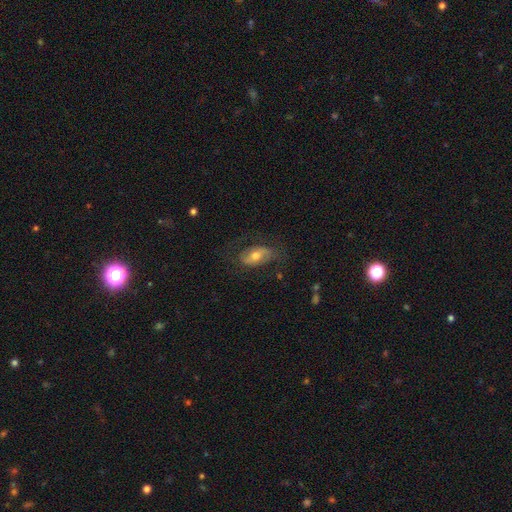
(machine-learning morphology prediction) Smooth or featured? Predicted: featured or disk (p=0.49). Merging? Predicted: none (p=0.67).